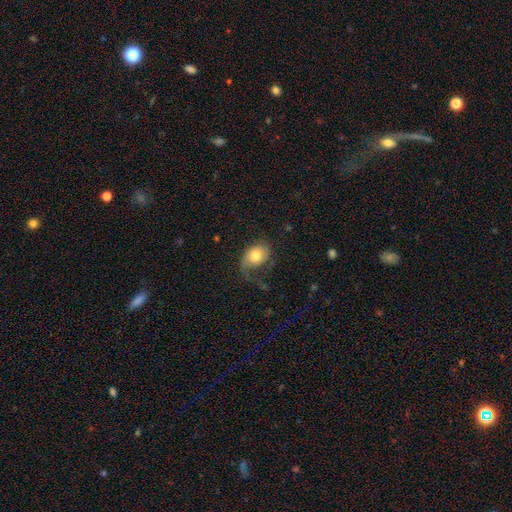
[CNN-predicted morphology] Smooth or featured? smooth (54%)
How rounded? in between (64%)
Merging? major disturbance (39%)